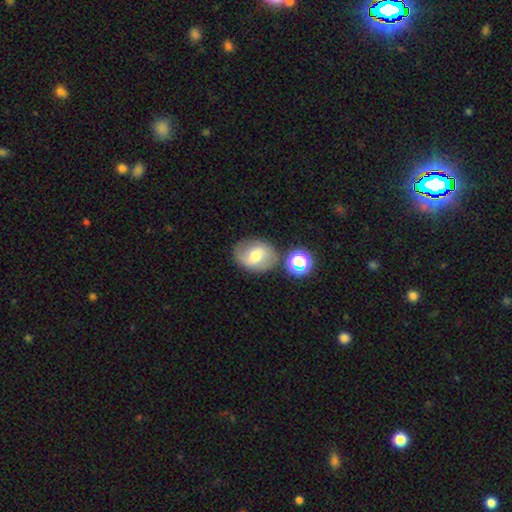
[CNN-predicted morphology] The model was most divided on "how rounded": in between: 50%, round: 49%, cigar-shaped: 1%. More confident: merging — none (71%); smooth or featured — smooth (52%).